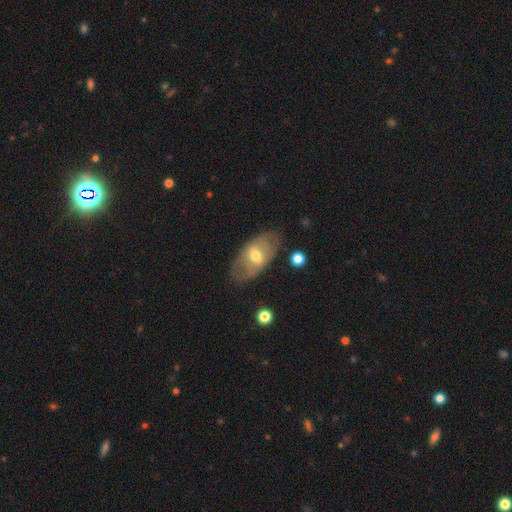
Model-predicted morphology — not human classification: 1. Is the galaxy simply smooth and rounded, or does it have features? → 50% featured or disk, 44% smooth, 7% star or artifact.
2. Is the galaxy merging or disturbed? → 73% none, 18% minor disturbance, 7% major disturbance, 2% merger.